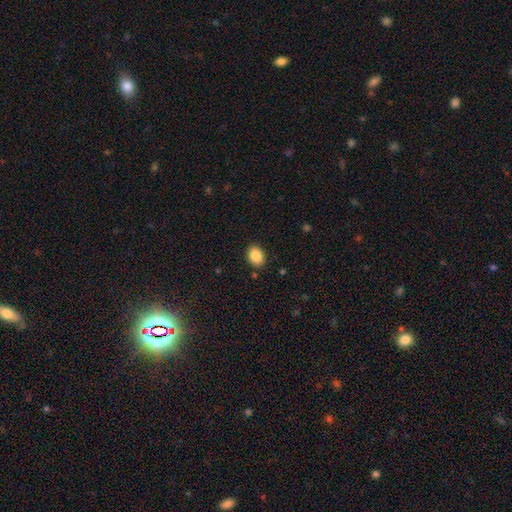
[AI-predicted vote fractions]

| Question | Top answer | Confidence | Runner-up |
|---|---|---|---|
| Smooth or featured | smooth | 88% | star or artifact (8%) |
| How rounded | in between | 71% | round (28%) |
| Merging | none | 88% | minor disturbance (9%) |